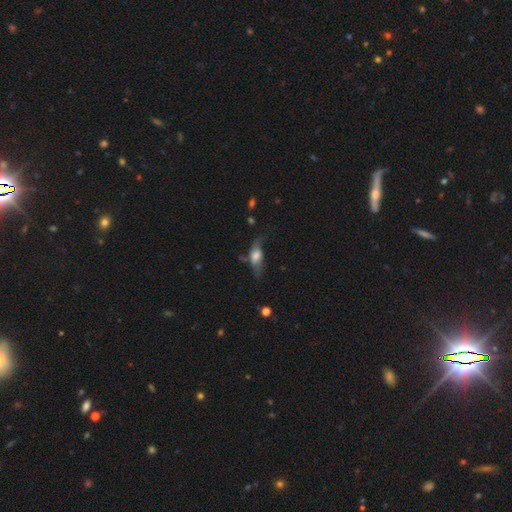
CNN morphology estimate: type=smooth (52%); roundness=in between (77%); merging=none (38%).